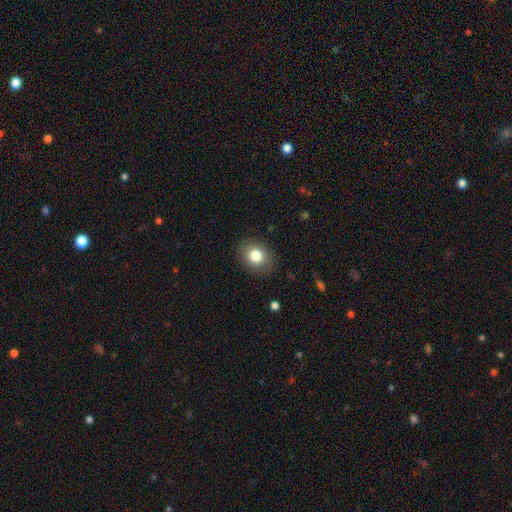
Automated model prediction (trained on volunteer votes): Q: Smooth or featured?
A: smooth (81%); runner-up: star or artifact (9%)
Q: How rounded?
A: round (55%); runner-up: in between (45%)
Q: Merging?
A: none (87%); runner-up: minor disturbance (9%)